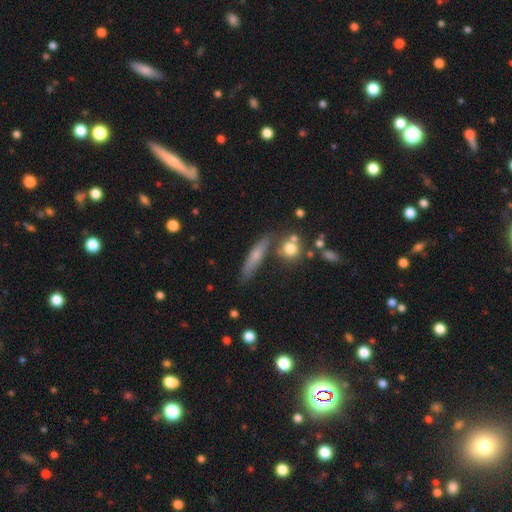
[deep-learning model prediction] Smooth or featured? smooth (56%)
How rounded? cigar-shaped (82%)
Merging? none (75%)